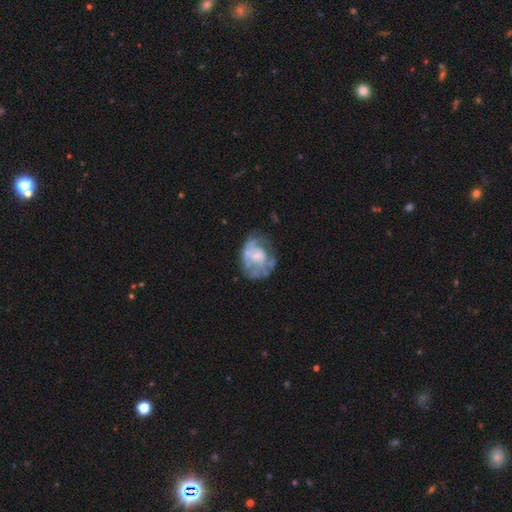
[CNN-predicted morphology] This appears to be a featured or disk galaxy (68%) with no bar (78%), no spiral arms (55%) and a moderate central bulge (35%, tied with small). Merging: none (46%).